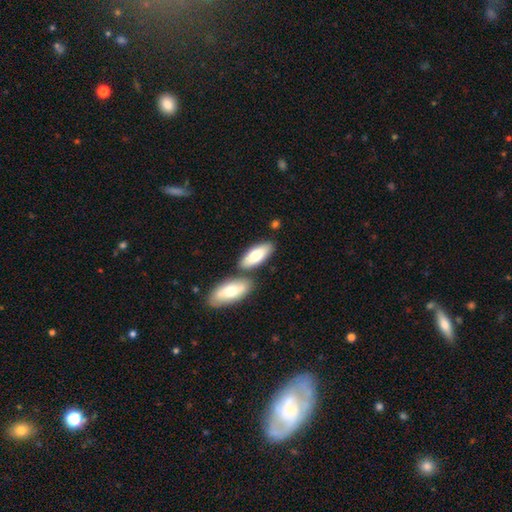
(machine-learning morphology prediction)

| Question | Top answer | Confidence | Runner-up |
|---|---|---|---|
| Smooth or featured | smooth | 77% | featured or disk (18%) |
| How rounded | in between | 80% | cigar-shaped (18%) |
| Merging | none | 67% | merger (20%) |